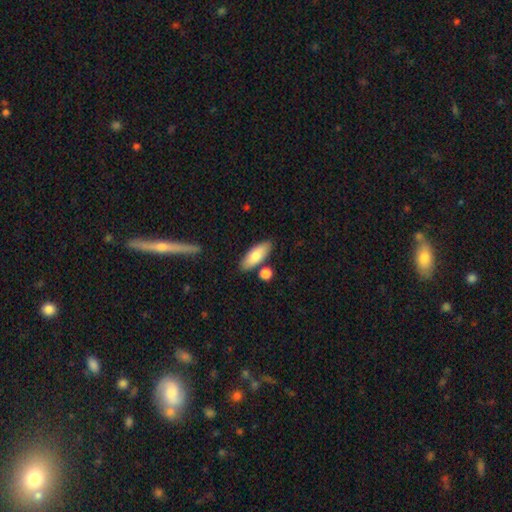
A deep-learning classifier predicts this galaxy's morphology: A smooth galaxy with no disk features (80%) that is in between round and cigar-shaped (74%).

Vote fractions:
- Smooth or featured? smooth: 80% / featured or disk: 14% / star or artifact: 6%
- How rounded? in between: 74% / cigar-shaped: 23% / round: 3%
- Merging? none: 79% / minor disturbance: 11% / merger: 8% / major disturbance: 2%